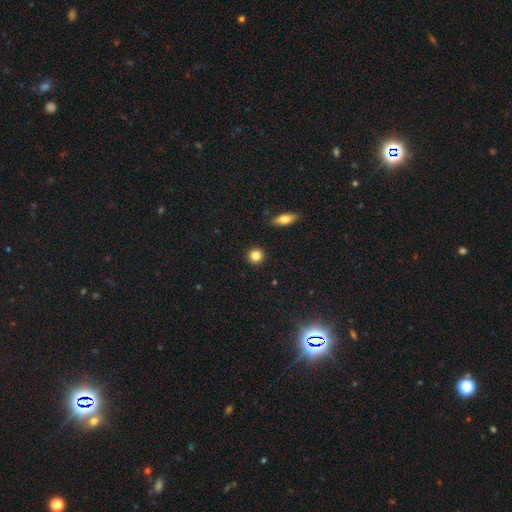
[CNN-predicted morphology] Smooth or featured?
  - smooth: 84% *
  - star or artifact: 11%
  - featured or disk: 6%
How rounded?
  - round: 93% *
  - in between: 6%
  - cigar-shaped: 1%
Merging?
  - none: 92% *
  - minor disturbance: 5%
  - major disturbance: 2%
  - merger: 1%